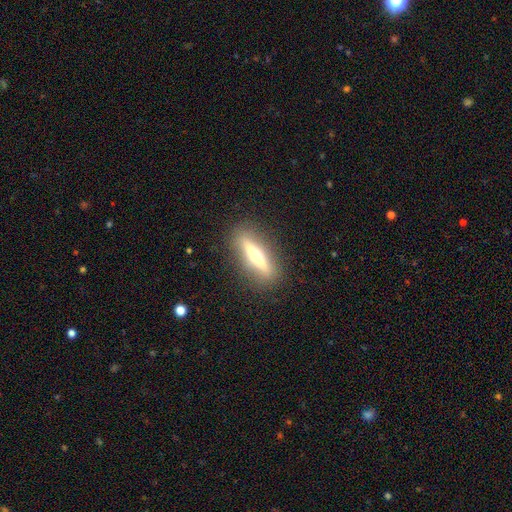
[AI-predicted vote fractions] Smooth or featured? featured or disk (59%)
Edge-on disk? yes (90%)
Edge-on bulge? rounded (78%)
Merging? none (88%)